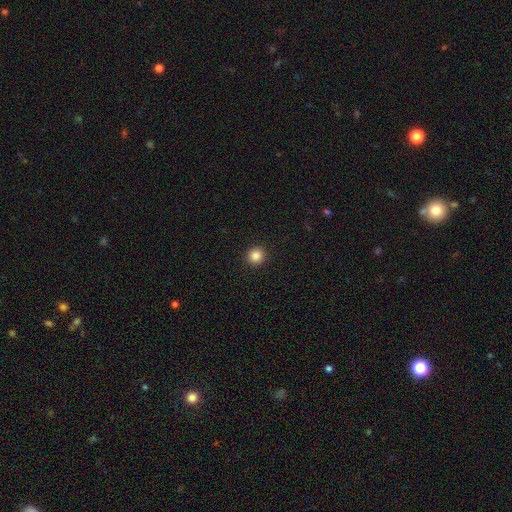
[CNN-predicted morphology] Smooth or featured? Predicted: smooth (p=0.86). How rounded? Predicted: round (p=0.94). Merging? Predicted: none (p=0.93).